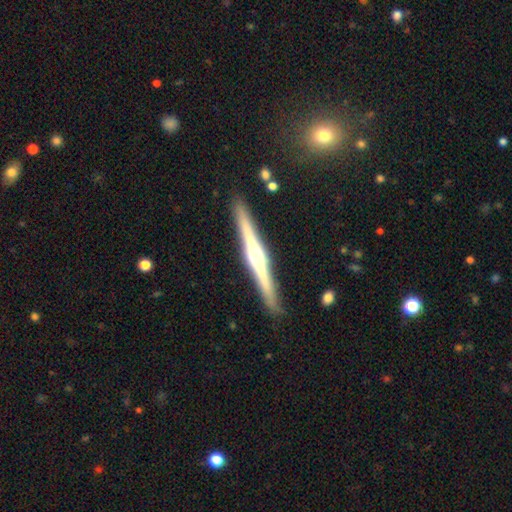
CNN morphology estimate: type=featured or disk (78%); edge-on=yes (98%); edge-on bulge=rounded (87%); merging=none (90%).